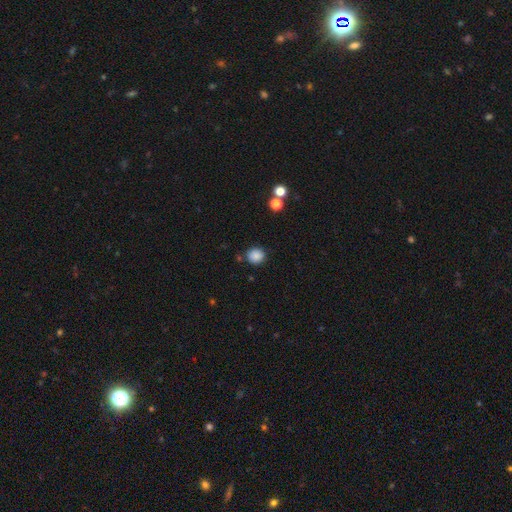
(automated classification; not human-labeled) A smooth galaxy with no disk features (86%) that is round (86%). Merging: none (83%).